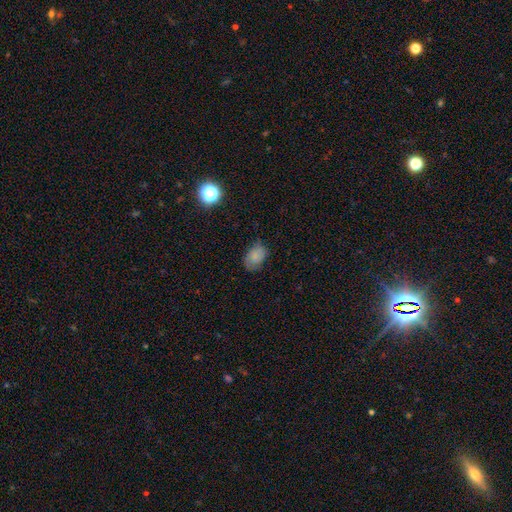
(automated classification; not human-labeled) Smooth or featured: smooth — 77% (featured or disk — 13%)
How rounded: in between — 82% (round — 16%)
Merging: none — 67% (minor disturbance — 25%)